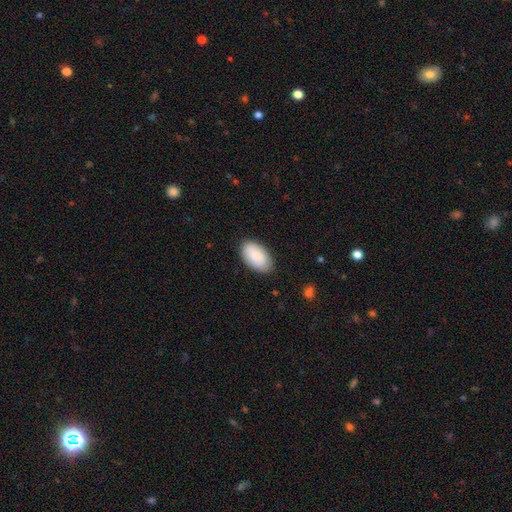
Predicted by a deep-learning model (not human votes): Morphology: type=smooth (85%); roundness=in between (95%); merging=none (84%).